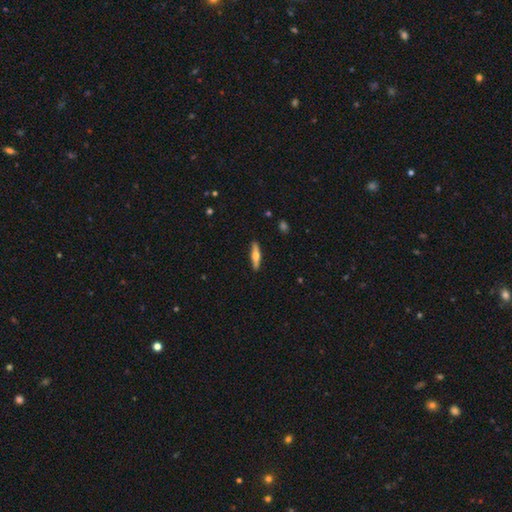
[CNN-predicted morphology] Smooth or featured? featured or disk (53%)
Edge-on disk? yes (94%)
Merging? none (90%)